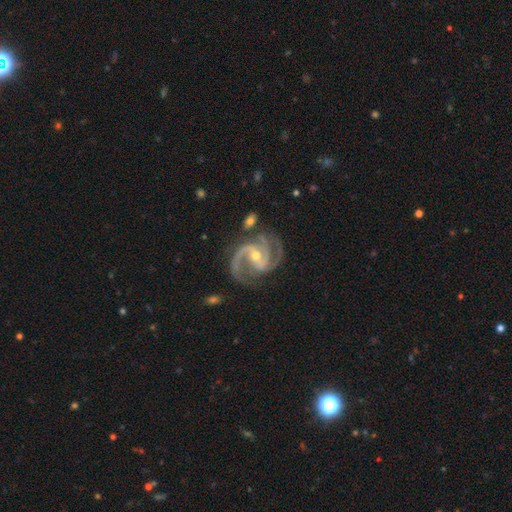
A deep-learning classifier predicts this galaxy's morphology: This appears to be a featured or disk galaxy (93%) with a weak bar (39%), 2 (53%) medium (60%) spiral arms (99%) and a small central bulge (50%). Merging: none (69%).